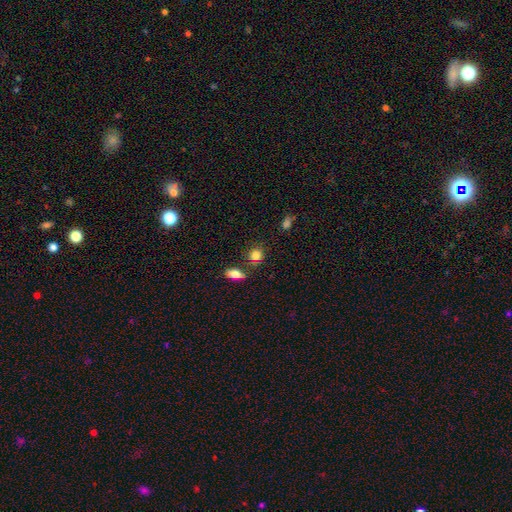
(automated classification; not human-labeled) smooth 81%, star or artifact 11%, featured or disk 7%. Down the decision tree: how rounded — round (71%); merging — none (71%).